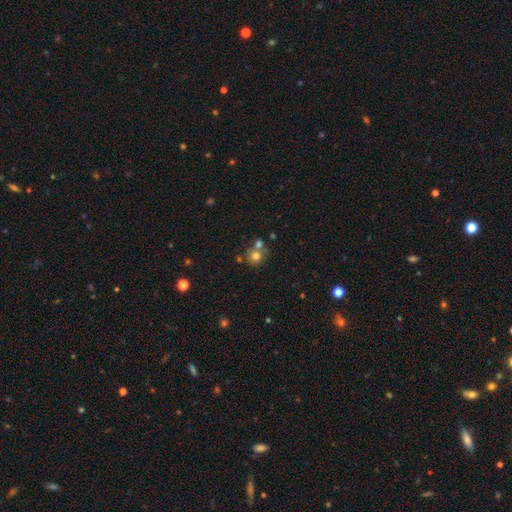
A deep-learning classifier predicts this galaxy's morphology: A smooth galaxy with no disk features (74%) that is round (86%).

Vote fractions:
- Smooth or featured? smooth: 74% / star or artifact: 14% / featured or disk: 12%
- How rounded? round: 86% / in between: 14% / cigar-shaped: 1%
- Merging? none: 54% / merger: 33% / minor disturbance: 10% / major disturbance: 4%